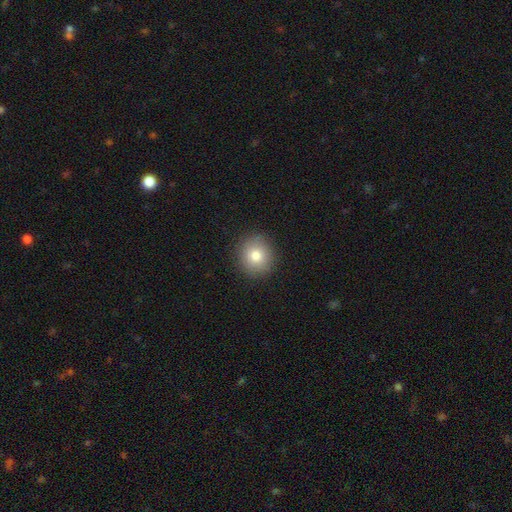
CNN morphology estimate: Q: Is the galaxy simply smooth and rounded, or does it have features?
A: smooth — 80%.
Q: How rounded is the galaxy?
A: round — 89%.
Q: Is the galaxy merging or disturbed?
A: none — 90%.